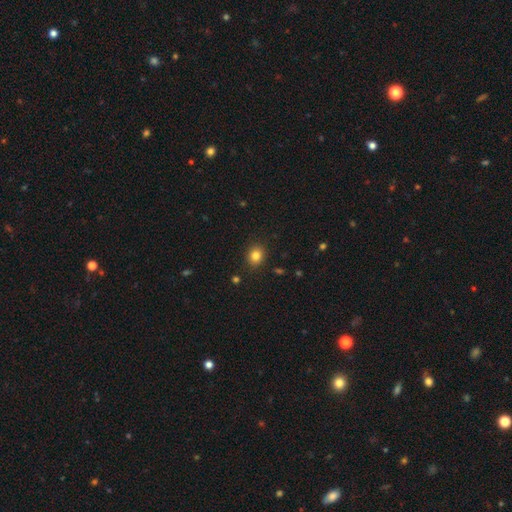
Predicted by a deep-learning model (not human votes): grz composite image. It shows a smooth galaxy with no disk features (83%) that is round (69%). Merging: none (89%).